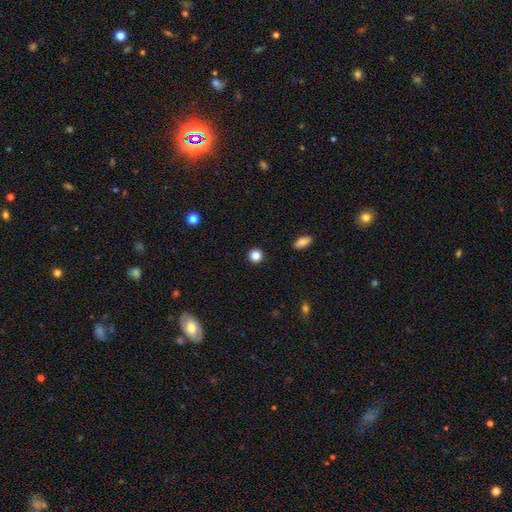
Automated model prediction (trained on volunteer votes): smooth-or-featured: smooth: 85% | star or artifact: 11% | featured or disk: 3%
  how-rounded: round: 94% | in between: 5% | cigar-shaped: 1%
  merging: none: 93% | minor disturbance: 4% | major disturbance: 2% | merger: 1%